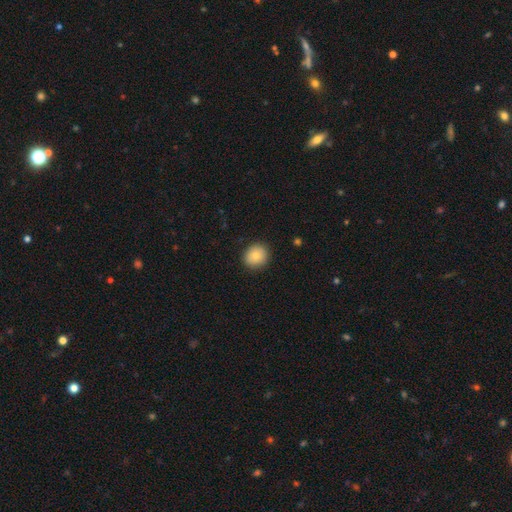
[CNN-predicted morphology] smooth-or-featured: smooth: 83% | star or artifact: 9% | featured or disk: 8%
  how-rounded: round: 81% | in between: 18% | cigar-shaped: 1%
  merging: none: 89% | minor disturbance: 8% | major disturbance: 2% | merger: 1%